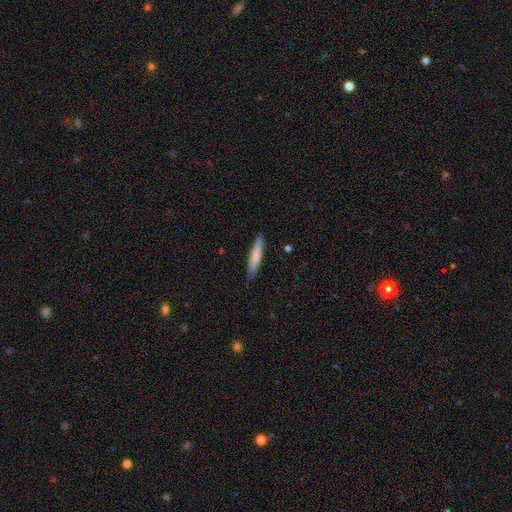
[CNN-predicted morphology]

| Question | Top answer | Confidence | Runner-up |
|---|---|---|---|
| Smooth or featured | smooth | 74% | featured or disk (21%) |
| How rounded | cigar-shaped | 91% | in between (7%) |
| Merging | none | 84% | minor disturbance (12%) |